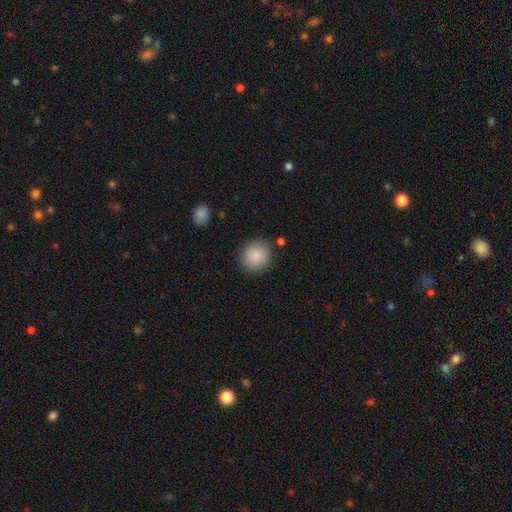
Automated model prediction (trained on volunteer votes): This appears to be a smooth galaxy with no disk features (89%) that is round (87%). Merging: none (87%).